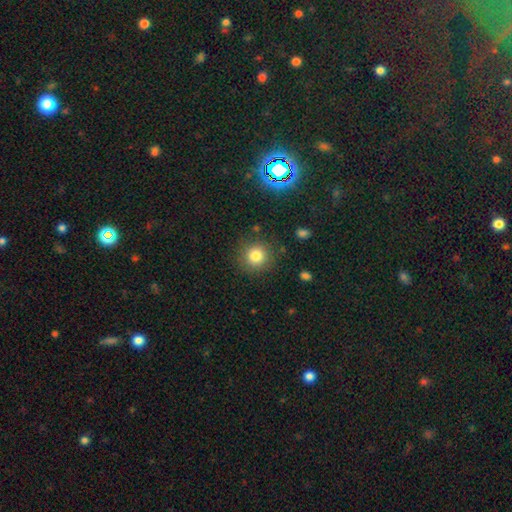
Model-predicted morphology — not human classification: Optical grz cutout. It shows a smooth galaxy with no disk features (80%) that is round (93%). Merging: none (86%).